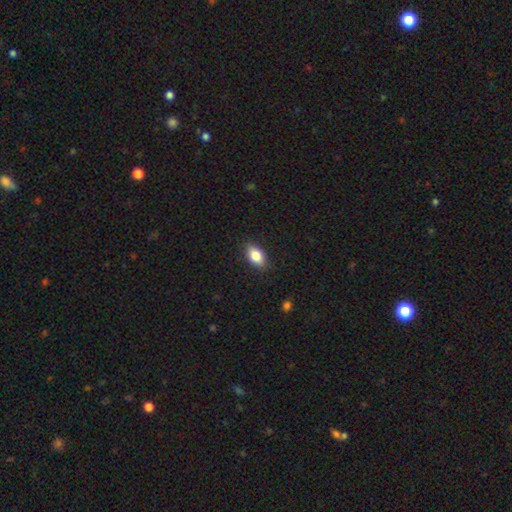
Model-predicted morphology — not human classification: The model was most divided on "smooth or featured": smooth: 84%, featured or disk: 9%, star or artifact: 7%. More confident: how rounded — in between (90%); merging — none (88%).